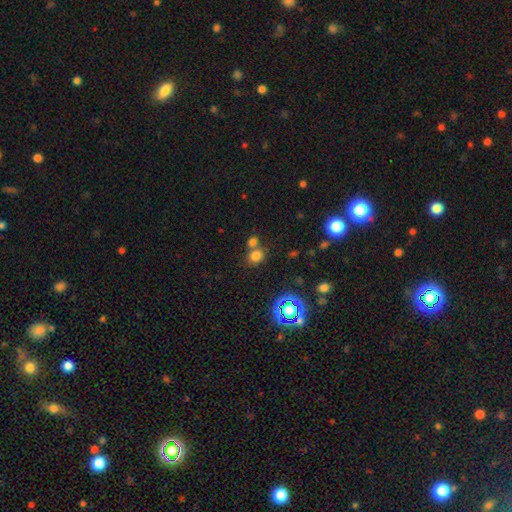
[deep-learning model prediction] Smooth or featured?
  - smooth: 72% *
  - star or artifact: 20%
  - featured or disk: 8%
How rounded?
  - round: 67% *
  - in between: 32%
  - cigar-shaped: 1%
Merging?
  - none: 53% *
  - merger: 35%
  - minor disturbance: 8%
  - major disturbance: 3%